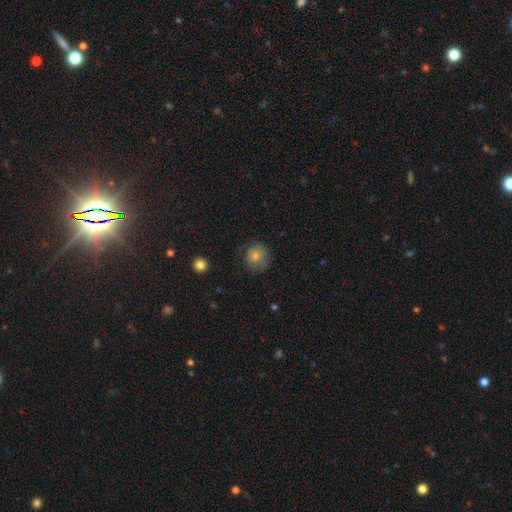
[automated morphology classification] smooth_or_featured: smooth (p=0.73) [alt: featured or disk p=0.18]
how_rounded: round (p=0.87) [alt: in between p=0.12]
merging: none (p=0.69) [alt: minor disturbance p=0.22]